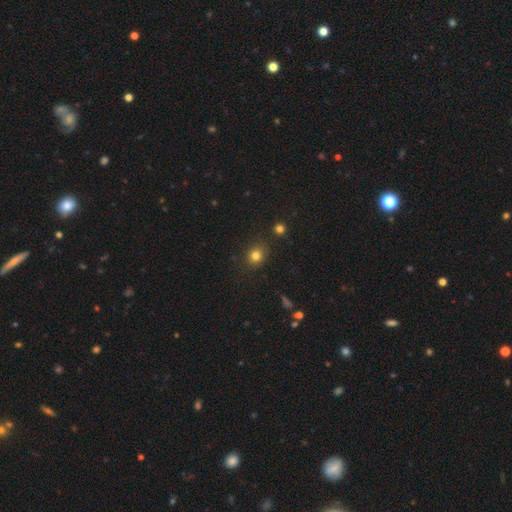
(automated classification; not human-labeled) smooth_or_featured: smooth (p=0.79) [alt: star or artifact p=0.14]
how_rounded: round (p=0.73) [alt: in between p=0.26]
merging: none (p=0.86) [alt: minor disturbance p=0.09]